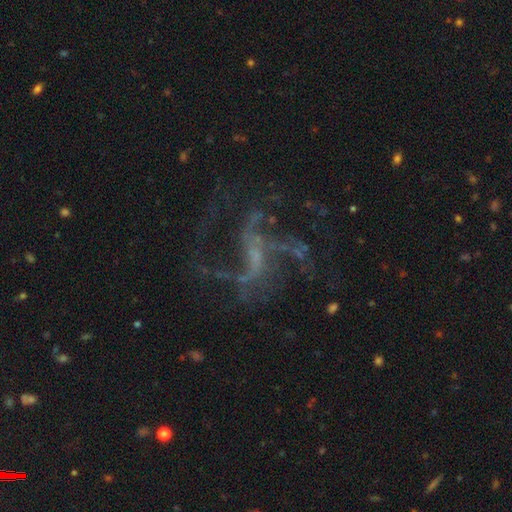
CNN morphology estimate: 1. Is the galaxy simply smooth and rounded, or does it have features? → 81% featured or disk, 14% star or artifact, 6% smooth.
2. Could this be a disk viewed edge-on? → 97% no, 3% yes.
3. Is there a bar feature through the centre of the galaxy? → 41% weak (tied), 41% no (tied), 18% strong.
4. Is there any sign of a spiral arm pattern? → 90% yes, 10% no.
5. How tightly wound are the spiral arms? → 64% loose, 29% medium, 7% tight.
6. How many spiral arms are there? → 27% 3, 23% 2, 18% 4, 17% can't tell, 8% 1, 8% more than 4.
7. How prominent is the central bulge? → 49% small, 36% none, 13% moderate, 2% large, 1% dominant.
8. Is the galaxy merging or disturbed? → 56% none, 26% major disturbance, 14% minor disturbance, 3% merger.